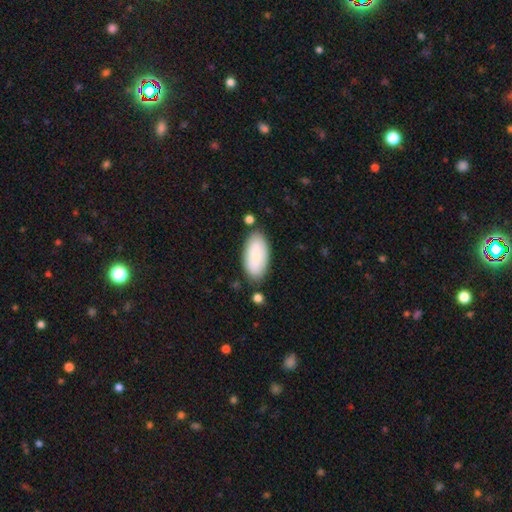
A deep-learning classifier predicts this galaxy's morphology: Smooth or featured? Predicted: smooth (p=0.79). How rounded? Predicted: in between (p=0.93). Merging? Predicted: none (p=0.80).